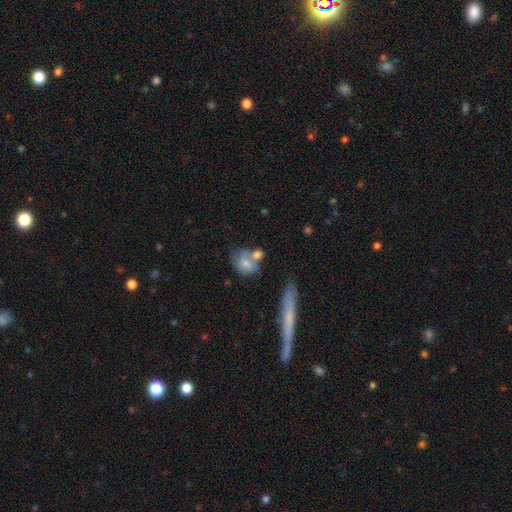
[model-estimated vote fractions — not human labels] This appears to be a smooth galaxy with no disk features (67%) that is in between round and cigar-shaped (53%). Merging: merger (39%).